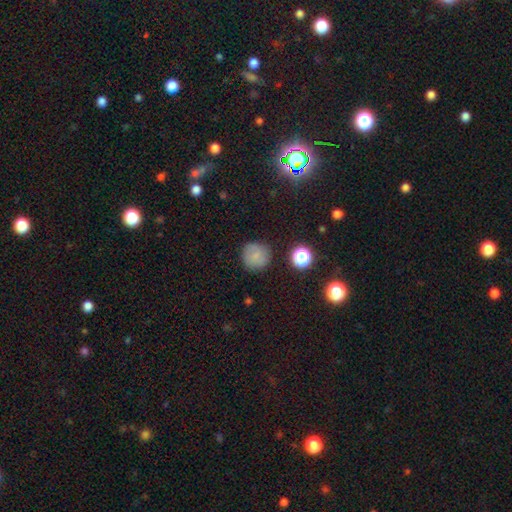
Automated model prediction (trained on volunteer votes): Smooth or featured? Predicted: smooth (p=0.77). How rounded? Predicted: round (p=0.94). Merging? Predicted: none (p=0.82).